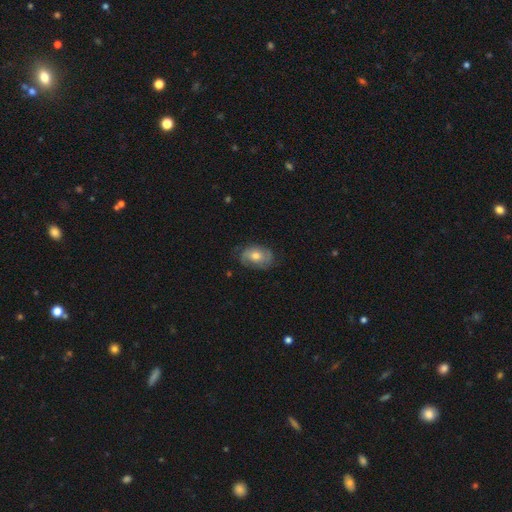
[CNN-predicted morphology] smooth-or-featured: featured or disk: 47% | smooth: 45% | star or artifact: 8%
  merging: none: 65% | minor disturbance: 25% | major disturbance: 9% | merger: 1%